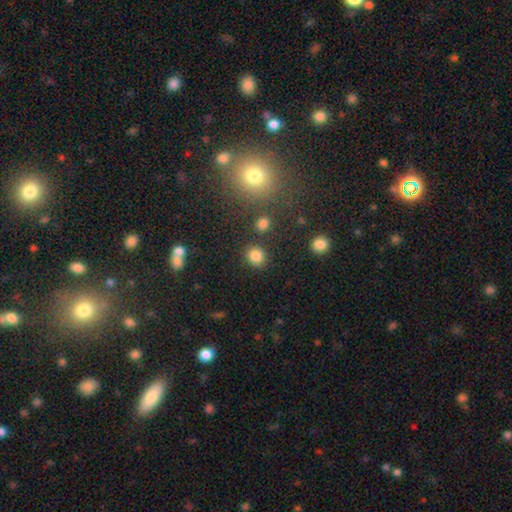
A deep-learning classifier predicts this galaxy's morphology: Smooth or featured: smooth — 83% (star or artifact — 12%)
How rounded: round — 78% (in between — 21%)
Merging: none — 84% (minor disturbance — 8%)